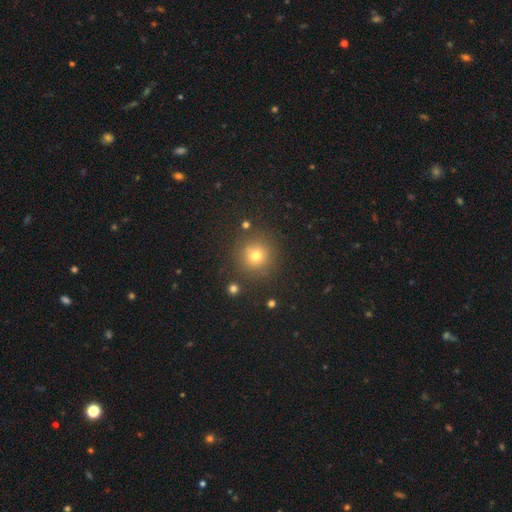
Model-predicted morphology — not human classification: smooth_or_featured: smooth (p=0.73) [alt: star or artifact p=0.18]
how_rounded: round (p=0.94) [alt: in between p=0.05]
merging: none (p=0.86) [alt: minor disturbance p=0.08]